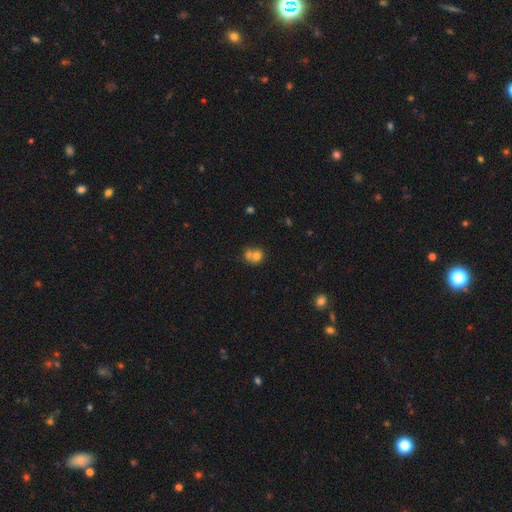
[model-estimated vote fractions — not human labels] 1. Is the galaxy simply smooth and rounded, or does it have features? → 71% smooth, 18% featured or disk, 11% star or artifact.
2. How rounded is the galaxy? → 74% round, 25% in between, 1% cigar-shaped.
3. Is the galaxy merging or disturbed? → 60% merger, 30% none, 7% minor disturbance, 4% major disturbance.